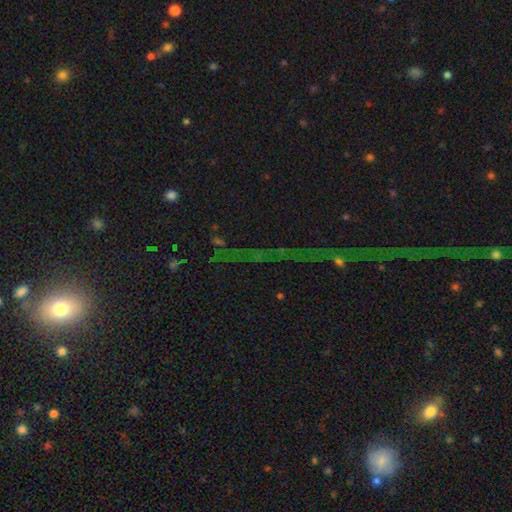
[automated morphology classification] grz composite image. It shows a star or artifact, not a galaxy (69%).